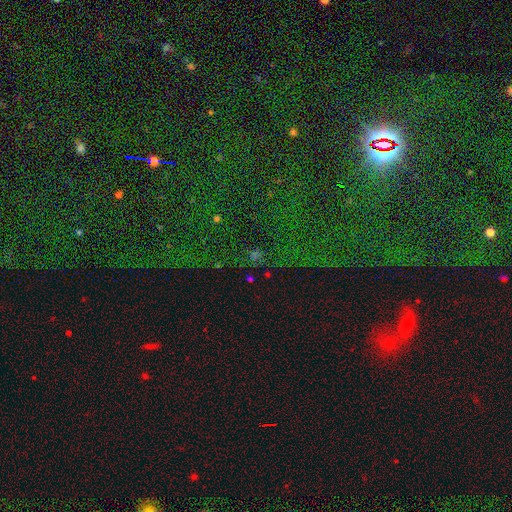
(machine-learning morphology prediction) The model was most divided on "smooth or featured": star or artifact: 73%, smooth: 18%, featured or disk: 9%.